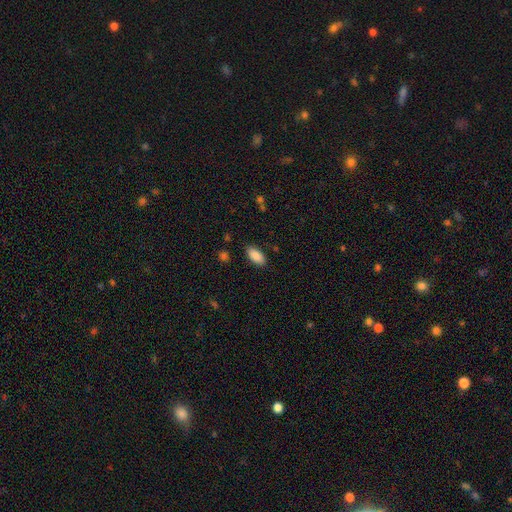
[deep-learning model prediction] The model was most divided on "merging": none: 86%, minor disturbance: 10%, major disturbance: 2%, merger: 1%. More confident: how rounded — in between (91%); smooth or featured — smooth (88%).